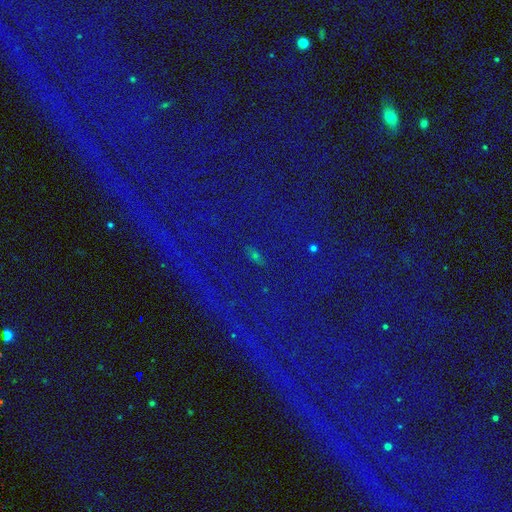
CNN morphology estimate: star or artifact 87%, featured or disk 7%, smooth 6%.